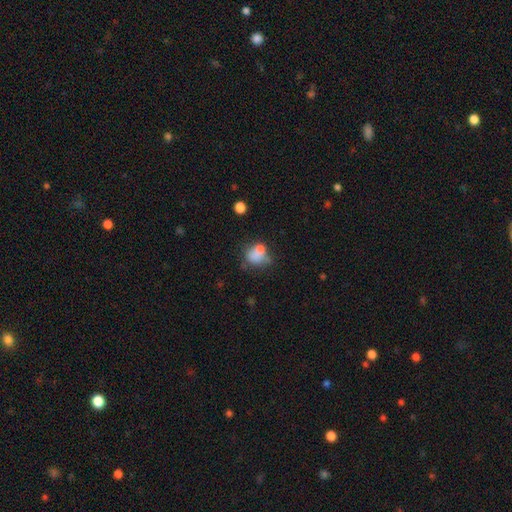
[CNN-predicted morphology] Overall: smooth (72%). How rounded: round (50%; in between 49%). Merging: none (36%; merger 27%).